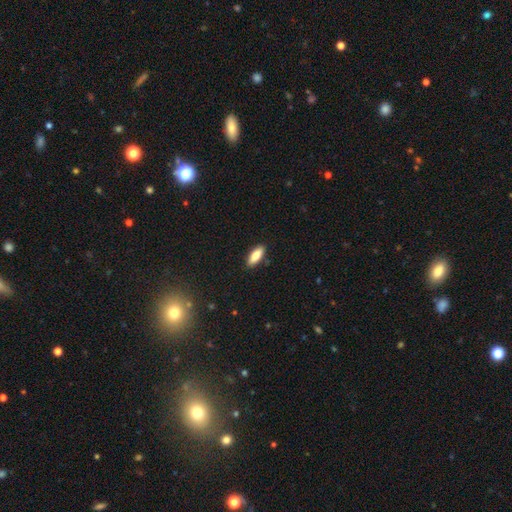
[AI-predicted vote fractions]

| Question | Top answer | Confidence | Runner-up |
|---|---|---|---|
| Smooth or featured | smooth | 79% | featured or disk (15%) |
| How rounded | in between | 70% | cigar-shaped (28%) |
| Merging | none | 89% | minor disturbance (8%) |